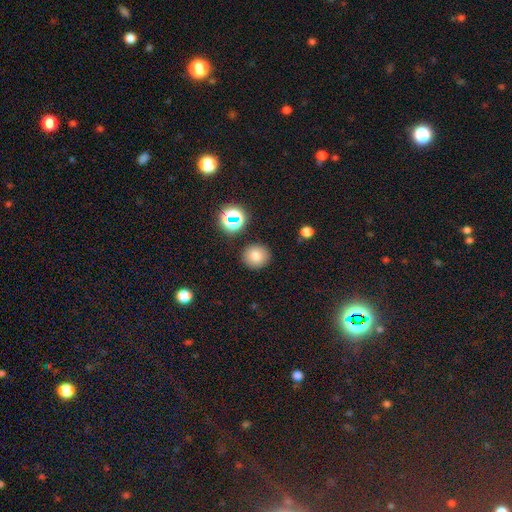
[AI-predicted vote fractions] Overall: smooth (78%). How rounded: round (89%). Merging: none (88%).